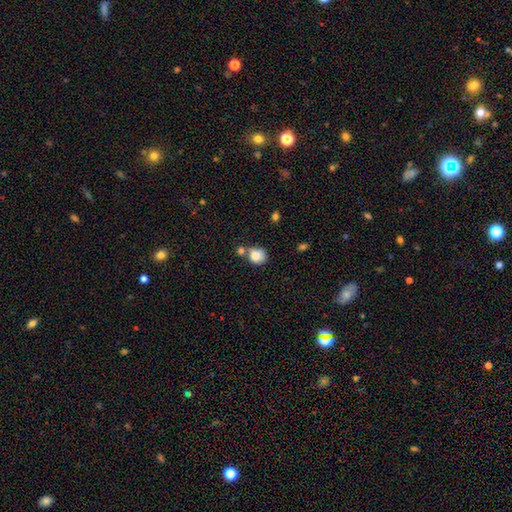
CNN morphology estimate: This appears to be a smooth galaxy with no disk features (82%) that is round (68%). Merging: none (46%).